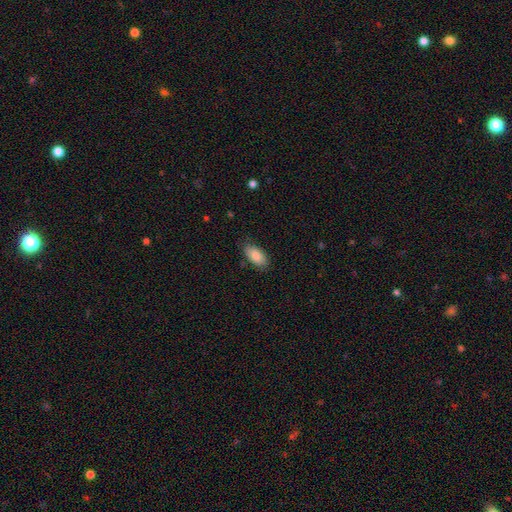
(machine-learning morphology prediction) smooth_or_featured: smooth (p=0.86) [alt: featured or disk p=0.08]
how_rounded: in between (p=0.93) [alt: cigar-shaped p=0.05]
merging: none (p=0.81) [alt: minor disturbance p=0.15]